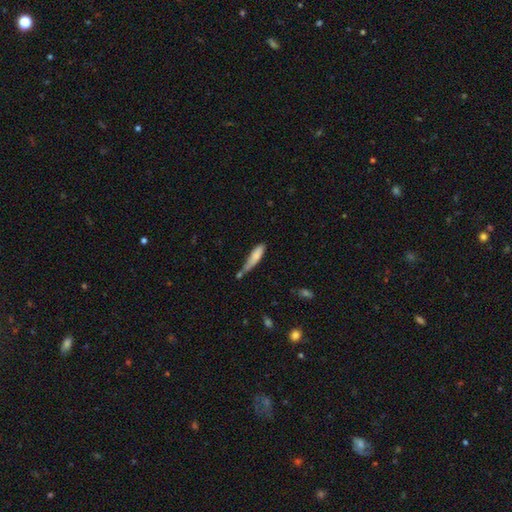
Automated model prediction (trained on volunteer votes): A smooth galaxy with no disk features (76%) that is cigar-shaped (71%).

Vote fractions:
- Smooth or featured? smooth: 76% / featured or disk: 17% / star or artifact: 7%
- How rounded? cigar-shaped: 71% / in between: 27% / round: 2%
- Merging? none: 37% / minor disturbance: 31% / merger: 20% / major disturbance: 13%